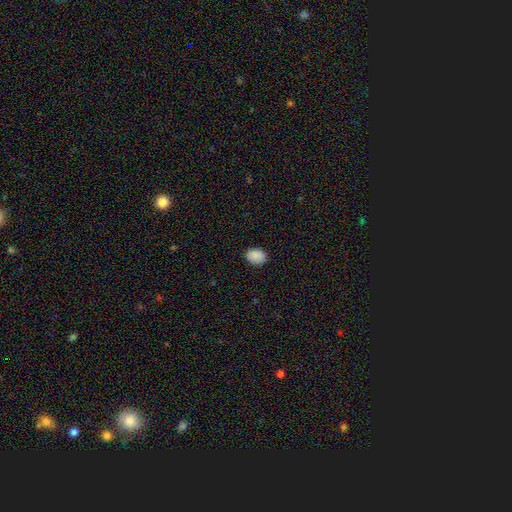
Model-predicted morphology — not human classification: This is clearly a smooth galaxy (89%). How rounded: likely in between (60%). Merging: clearly none (88%).